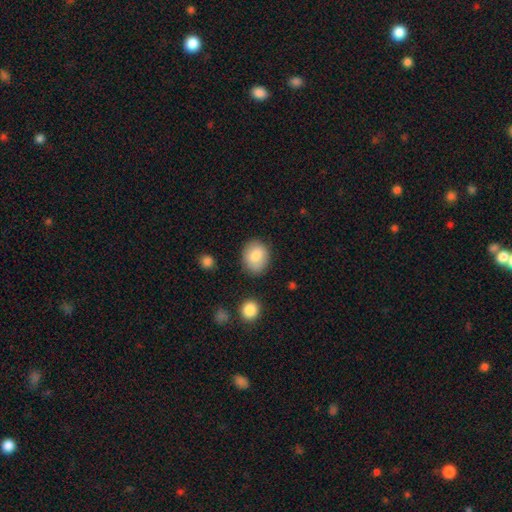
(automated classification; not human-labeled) smooth-or-featured: smooth: 84% | featured or disk: 9% | star or artifact: 8%
  how-rounded: round: 56% | in between: 43% | cigar-shaped: 1%
  merging: none: 81% | minor disturbance: 13% | major disturbance: 3% | merger: 3%